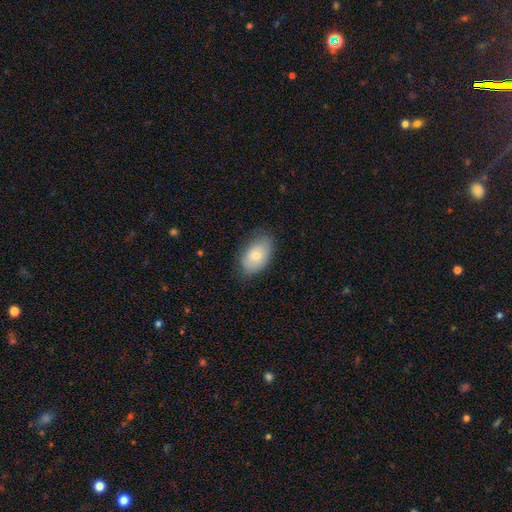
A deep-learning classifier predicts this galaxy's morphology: This is likely a smooth galaxy (68%). How rounded: clearly in between (91%). Merging: likely none (76%).